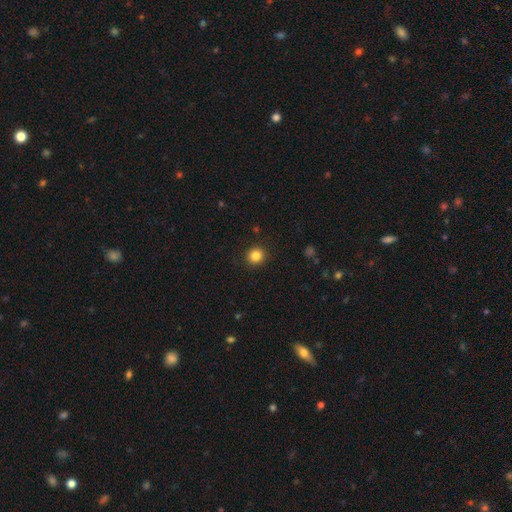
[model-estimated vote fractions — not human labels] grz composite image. It shows a smooth galaxy with no disk features (84%) that is round (92%). Merging: none (92%).